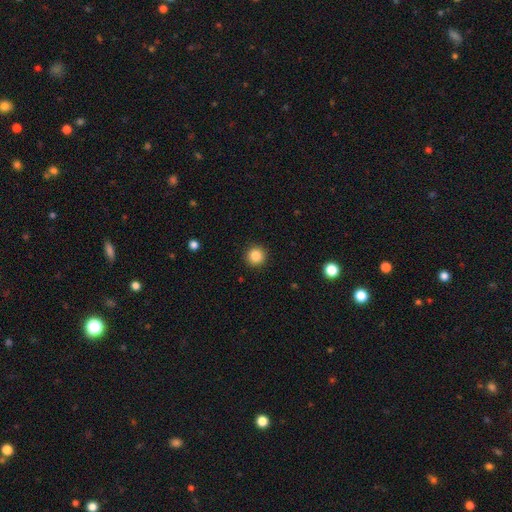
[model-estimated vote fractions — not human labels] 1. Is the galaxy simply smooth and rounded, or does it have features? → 85% smooth, 11% star or artifact, 5% featured or disk.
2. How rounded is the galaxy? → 95% round, 4% in between, 1% cigar-shaped.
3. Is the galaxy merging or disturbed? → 93% none, 5% minor disturbance, 2% major disturbance, 1% merger.